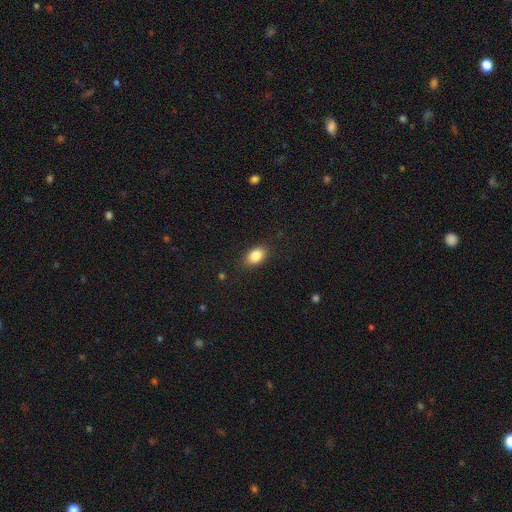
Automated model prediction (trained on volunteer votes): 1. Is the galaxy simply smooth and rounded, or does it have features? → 85% smooth, 8% star or artifact, 7% featured or disk.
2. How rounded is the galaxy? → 85% in between, 13% round, 2% cigar-shaped.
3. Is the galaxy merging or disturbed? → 85% none, 11% minor disturbance, 3% major disturbance, 1% merger.